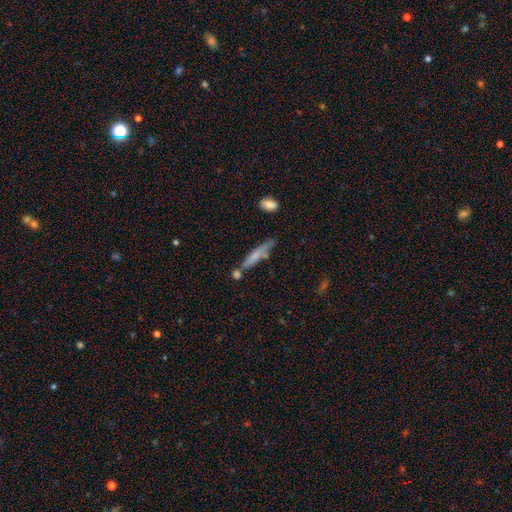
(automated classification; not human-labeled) Smooth or featured?
  - smooth: 61% *
  - featured or disk: 32%
  - star or artifact: 8%
How rounded?
  - cigar-shaped: 88% *
  - in between: 11%
  - round: 2%
Merging?
  - none: 61% *
  - minor disturbance: 20%
  - merger: 14%
  - major disturbance: 5%